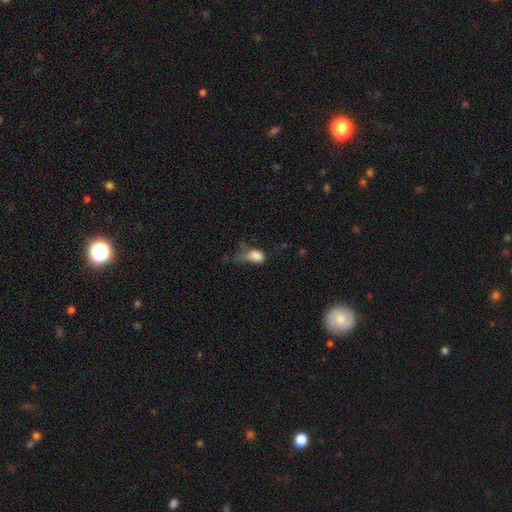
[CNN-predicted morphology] type=smooth (74%); roundness=in between (77%); merging=major disturbance (53%).